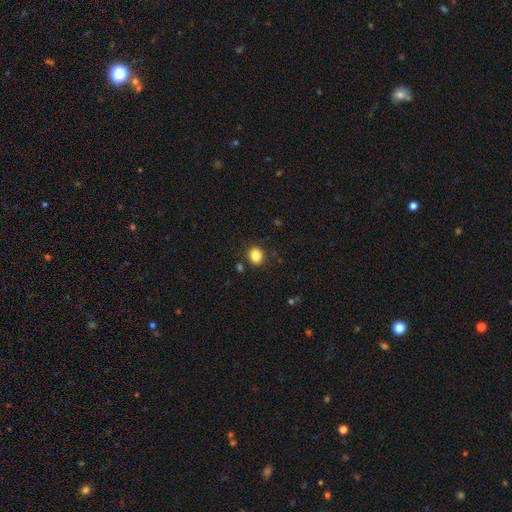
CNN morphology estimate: This appears to be a smooth galaxy with no disk features (85%) that is round (62%). Merging: none (87%).